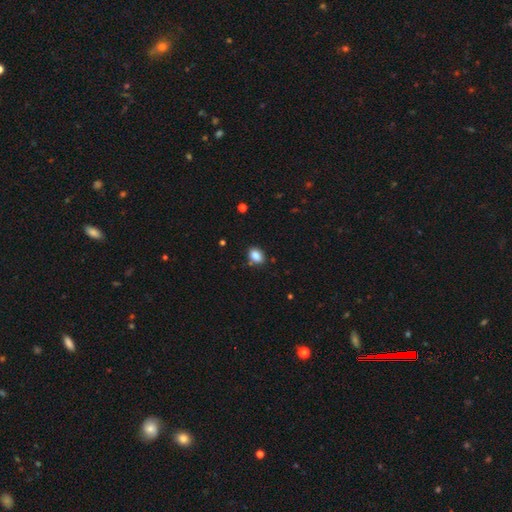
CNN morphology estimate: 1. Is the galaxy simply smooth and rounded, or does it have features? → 87% smooth, 9% star or artifact, 4% featured or disk.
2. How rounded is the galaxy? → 77% in between, 22% round, 1% cigar-shaped.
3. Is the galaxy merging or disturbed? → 82% none, 12% minor disturbance, 3% merger, 3% major disturbance.